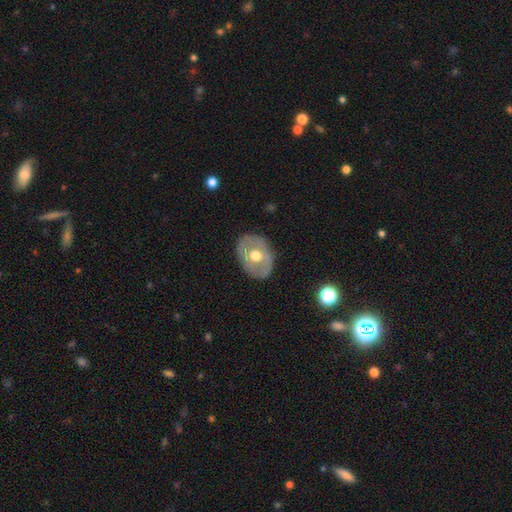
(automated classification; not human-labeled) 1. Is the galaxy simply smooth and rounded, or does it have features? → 52% featured or disk, 43% smooth, 6% star or artifact.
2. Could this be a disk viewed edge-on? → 92% no, 8% yes.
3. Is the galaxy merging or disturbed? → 81% none, 14% minor disturbance, 4% major disturbance, 1% merger.